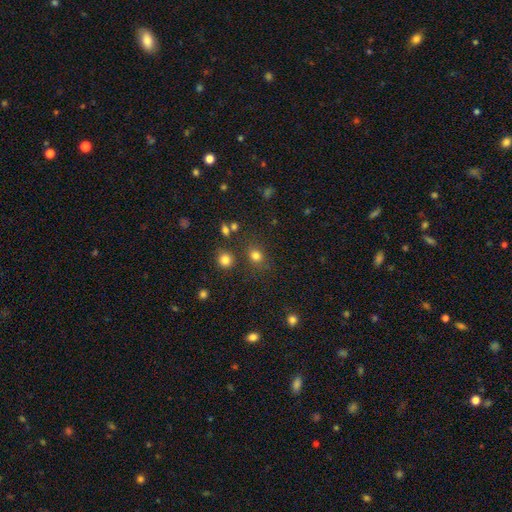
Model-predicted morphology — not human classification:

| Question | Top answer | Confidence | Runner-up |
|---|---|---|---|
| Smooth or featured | smooth | 77% | star or artifact (17%) |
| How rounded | round | 74% | in between (25%) |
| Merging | none | 75% | minor disturbance (11%) |